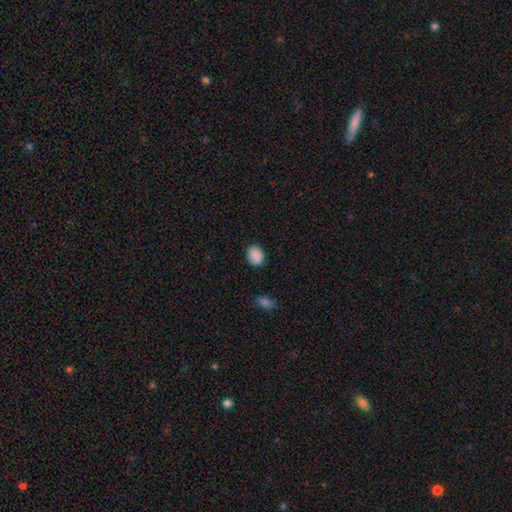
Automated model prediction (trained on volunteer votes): This appears to be a smooth galaxy with no disk features (89%) that is round (50%). Merging: none (87%).